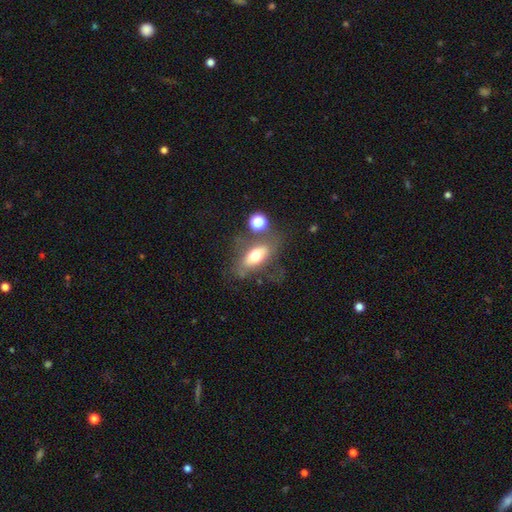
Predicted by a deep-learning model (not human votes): This is possibly a smooth galaxy (59%). How rounded: likely in between (77%). Merging: possibly none (56%).